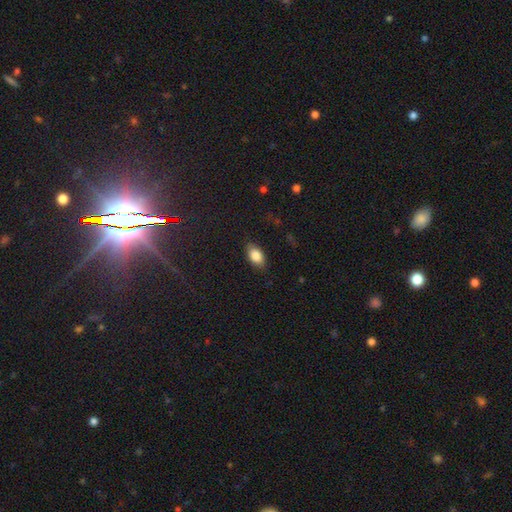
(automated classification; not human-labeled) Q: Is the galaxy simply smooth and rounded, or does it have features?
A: smooth — 84%.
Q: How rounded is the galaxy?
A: in between — 92%.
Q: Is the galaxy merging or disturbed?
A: none — 85%.